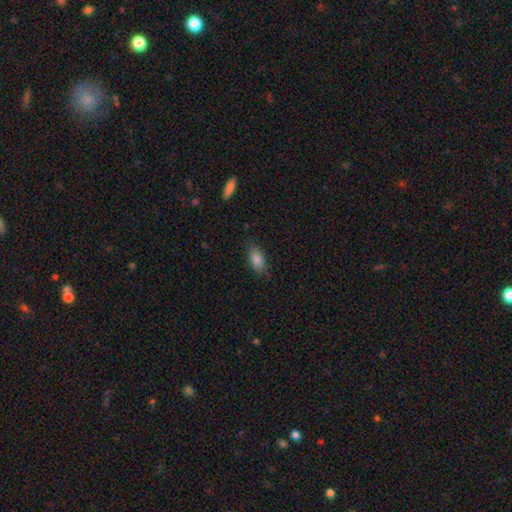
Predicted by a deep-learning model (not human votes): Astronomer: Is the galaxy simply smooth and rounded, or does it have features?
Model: smooth — 78%.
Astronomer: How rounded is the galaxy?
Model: in between — 80%.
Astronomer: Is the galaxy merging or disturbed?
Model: none — 82%.